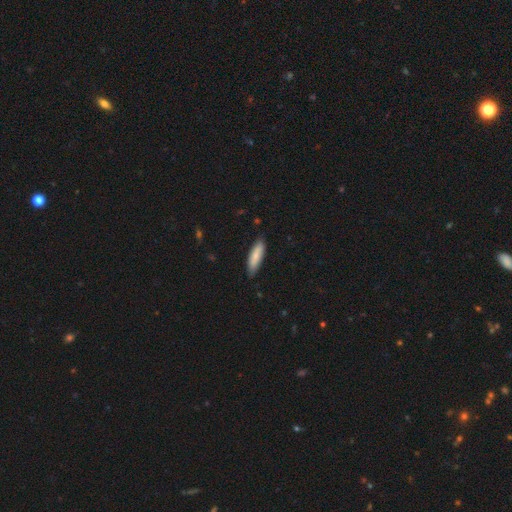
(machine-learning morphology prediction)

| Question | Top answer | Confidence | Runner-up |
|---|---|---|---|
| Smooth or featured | smooth | 81% | featured or disk (14%) |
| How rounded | cigar-shaped | 57% | in between (42%) |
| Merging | none | 82% | minor disturbance (15%) |